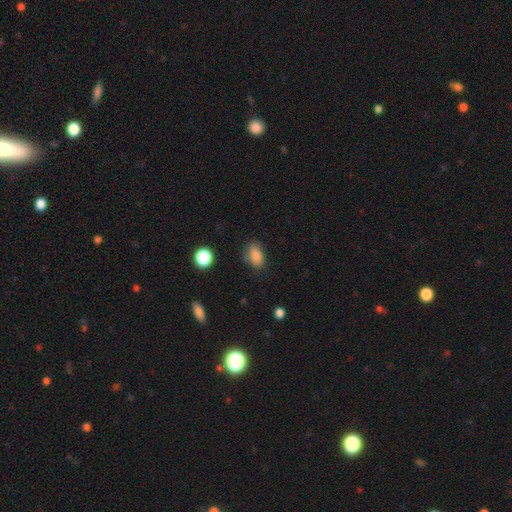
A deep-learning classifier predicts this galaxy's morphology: Smooth or featured: smooth — 86% (star or artifact — 10%)
How rounded: in between — 87% (round — 11%)
Merging: none — 74% (minor disturbance — 19%)